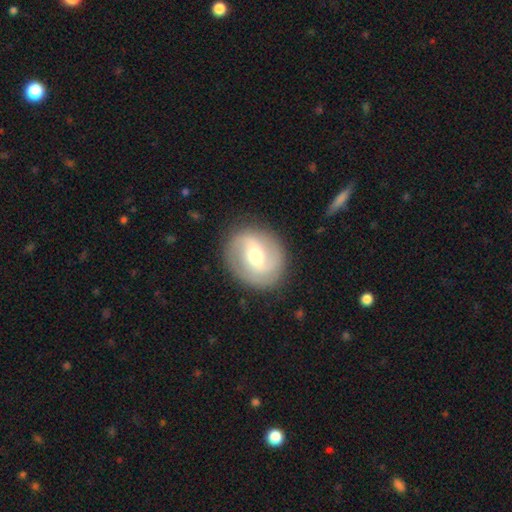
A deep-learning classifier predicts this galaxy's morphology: Smooth or featured: featured or disk — 71% (smooth — 23%)
Edge-on disk: no — 96% (yes — 4%)
Bar: weak — 47% (strong — 34%)
Spiral arms: yes — 83% (no — 17%)
Spiral winding: medium — 43% (tight — 31%)
Spiral arm count: 2 — 80% (can't tell — 9%)
Bulge size: moderate — 68% (small — 23%)
Merging: none — 85% (minor disturbance — 10%)